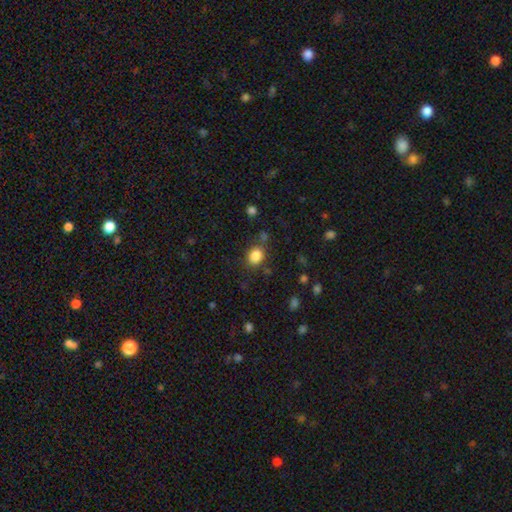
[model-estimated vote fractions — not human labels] smooth-or-featured: smooth: 85% | star or artifact: 11% | featured or disk: 5%
  how-rounded: round: 63% | in between: 37% | cigar-shaped: 1%
  merging: none: 77% | minor disturbance: 13% | merger: 5% | major disturbance: 5%